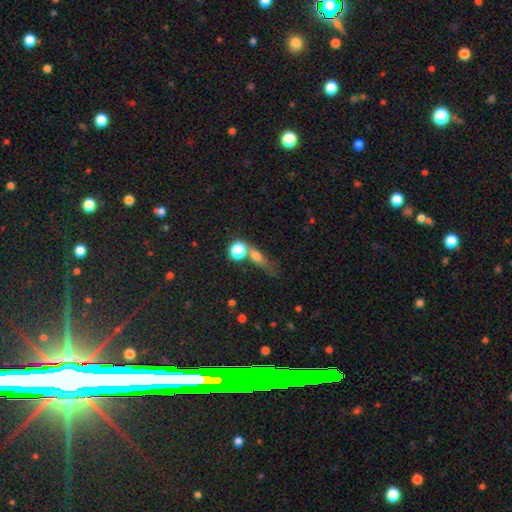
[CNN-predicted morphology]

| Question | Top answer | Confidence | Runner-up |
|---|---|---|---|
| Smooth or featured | smooth | 63% | star or artifact (19%) |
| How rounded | round | 40% | in between (35%) |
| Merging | none | 39% | merger (29%) |